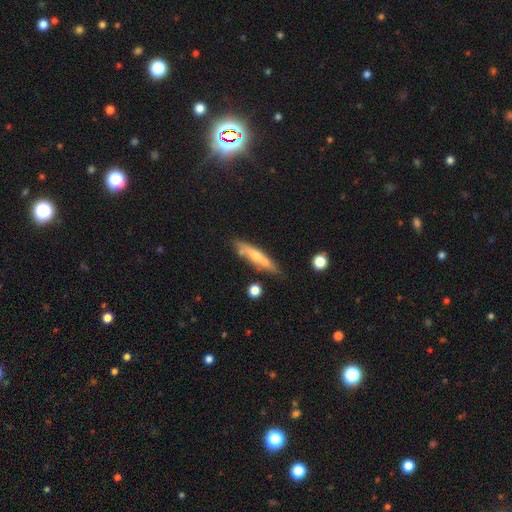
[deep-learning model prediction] Smooth or featured? Predicted: featured or disk (p=0.48). Merging? Predicted: none (p=0.74).